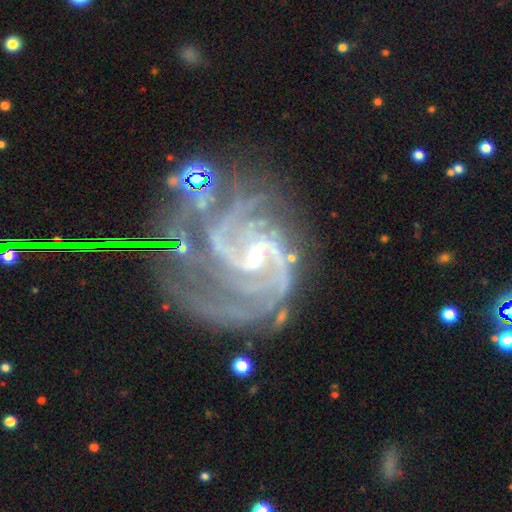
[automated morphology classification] This appears to be a featured or disk galaxy (92%) with a weak bar (50%), 2 (29%) medium (48%) spiral arms (98%) and a small central bulge (75%). Merging: none (49%).